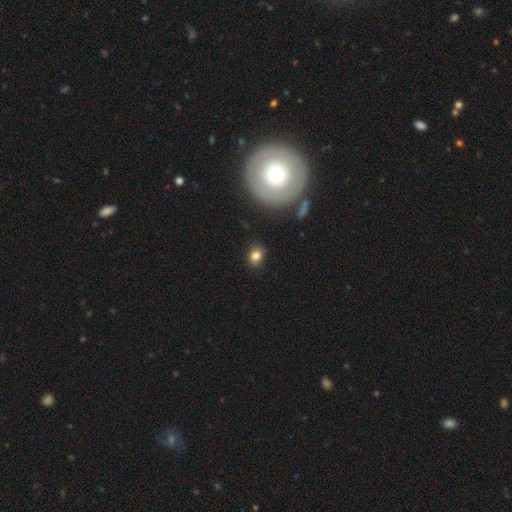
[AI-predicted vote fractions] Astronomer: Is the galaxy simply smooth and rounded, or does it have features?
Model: smooth — 80%.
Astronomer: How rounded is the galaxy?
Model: in between — 50% (runner-up: round, 48%).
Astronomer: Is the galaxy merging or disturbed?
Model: none — 81%.